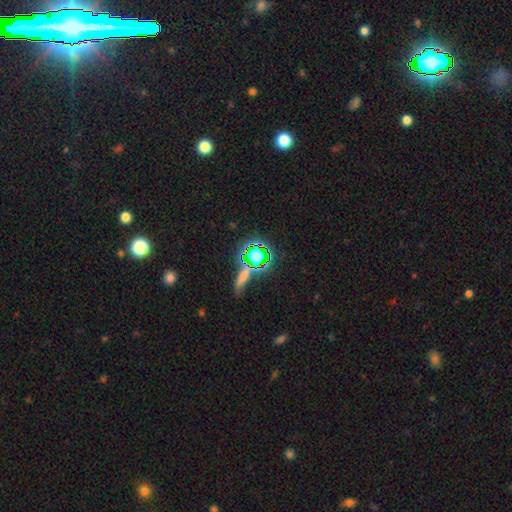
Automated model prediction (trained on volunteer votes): Smooth or featured? star or artifact (54%)